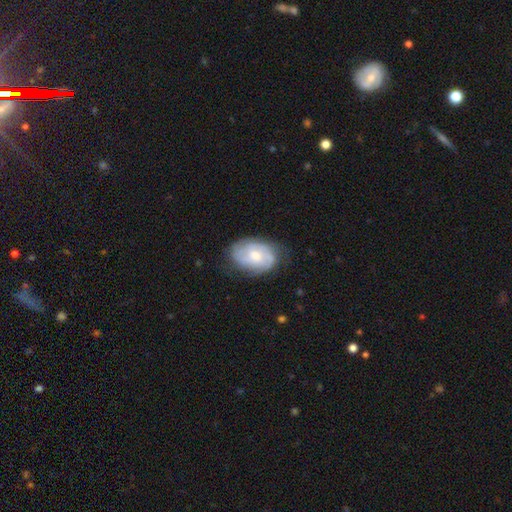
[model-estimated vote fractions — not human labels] This is likely a featured or disk galaxy (61%). It is clearly not viewed edge-on (96%). Bar: likely no (63%). Spiral arm pattern: clearly yes (83%). Central bulge: possibly moderate (56%). Merging: likely none (69%).